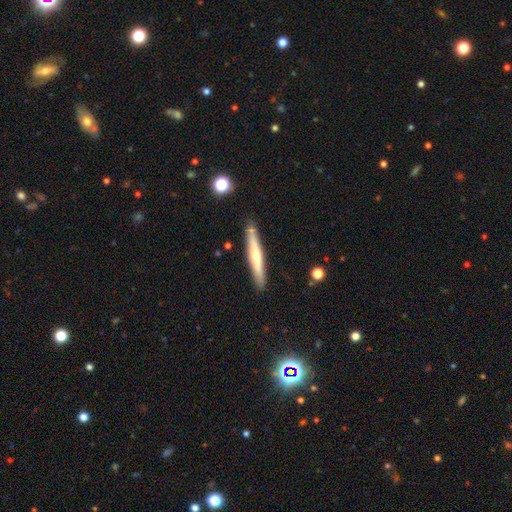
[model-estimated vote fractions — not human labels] smooth-or-featured: featured or disk: 51% | smooth: 44% | star or artifact: 6%
  disk-edge-on: yes: 95% | no: 5%
  merging: none: 85% | minor disturbance: 9% | merger: 4% | major disturbance: 2%